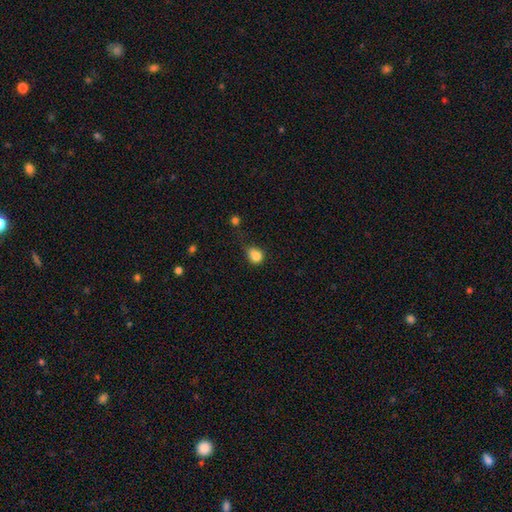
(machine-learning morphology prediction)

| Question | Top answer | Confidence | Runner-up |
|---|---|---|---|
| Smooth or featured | smooth | 85% | star or artifact (10%) |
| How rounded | round | 58% | in between (40%) |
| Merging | none | 49% | minor disturbance (35%) |